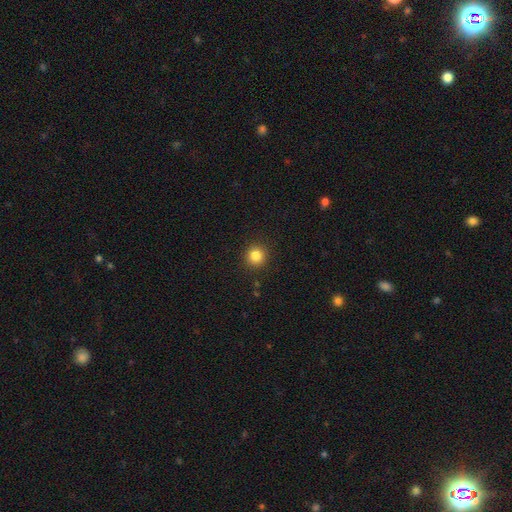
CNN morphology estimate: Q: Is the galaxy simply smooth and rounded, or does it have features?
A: smooth — 85%.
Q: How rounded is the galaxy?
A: round — 92%.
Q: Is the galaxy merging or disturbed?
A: none — 91%.